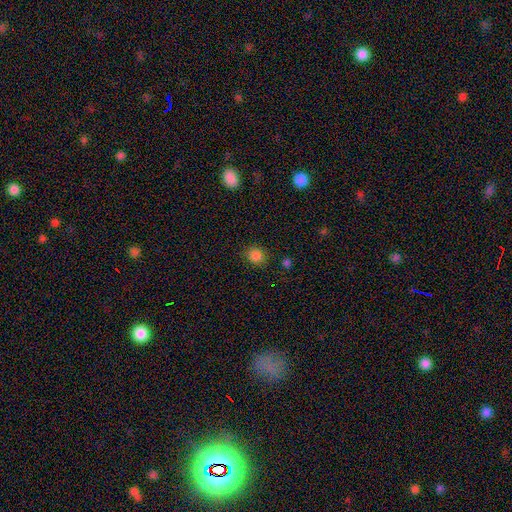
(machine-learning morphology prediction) Overall: smooth (84%). How rounded: round (78%). Merging: none (85%).